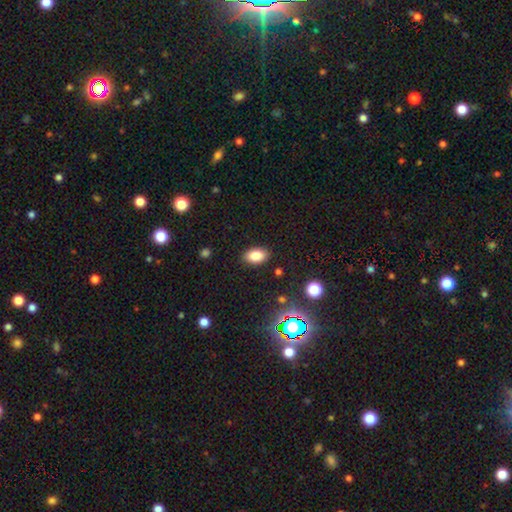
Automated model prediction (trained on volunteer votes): smooth 83%, star or artifact 11%, featured or disk 6%. Down the decision tree: how rounded — in between (91%); merging — none (87%).